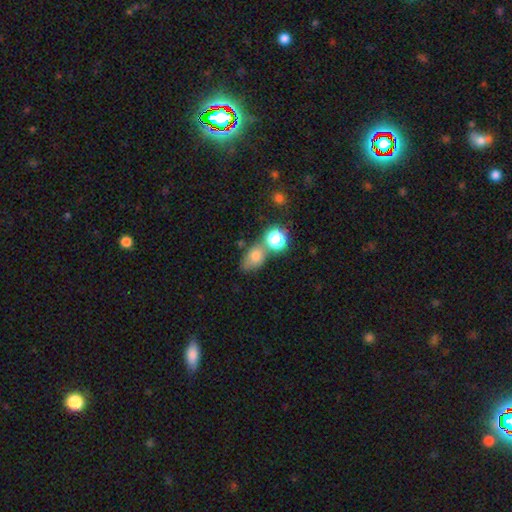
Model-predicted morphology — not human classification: smooth 71%, star or artifact 15%, featured or disk 13%. Down the decision tree: how rounded — in between (64%); merging — none (47%).